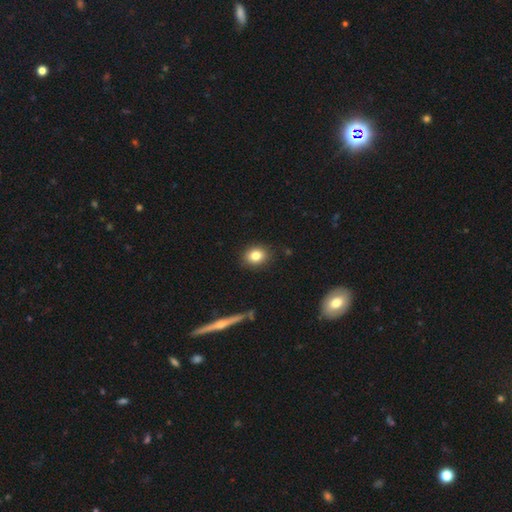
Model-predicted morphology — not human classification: Smooth or featured? Predicted: smooth (p=0.82). How rounded? Predicted: round (p=0.59). Merging? Predicted: none (p=0.89).